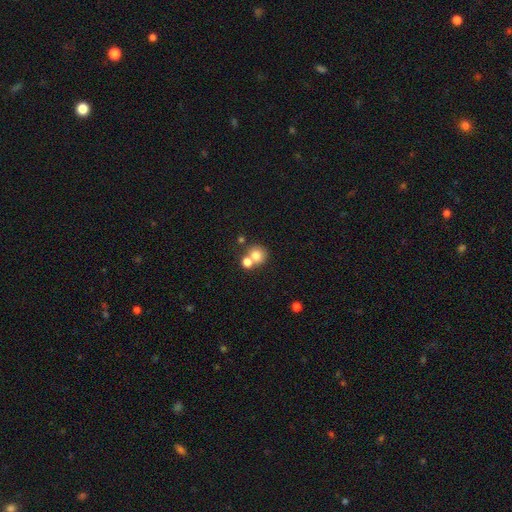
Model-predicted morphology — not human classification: Overall: smooth (76%). How rounded: round (82%). Merging: none (45%; merger 44%).